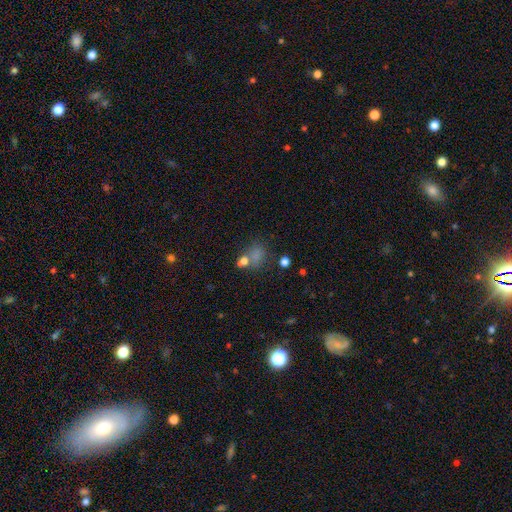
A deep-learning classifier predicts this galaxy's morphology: smooth-or-featured: smooth: 68% | star or artifact: 20% | featured or disk: 11%
  how-rounded: in between: 56% | round: 41% | cigar-shaped: 2%
  merging: none: 48% | merger: 23% | minor disturbance: 17% | major disturbance: 12%